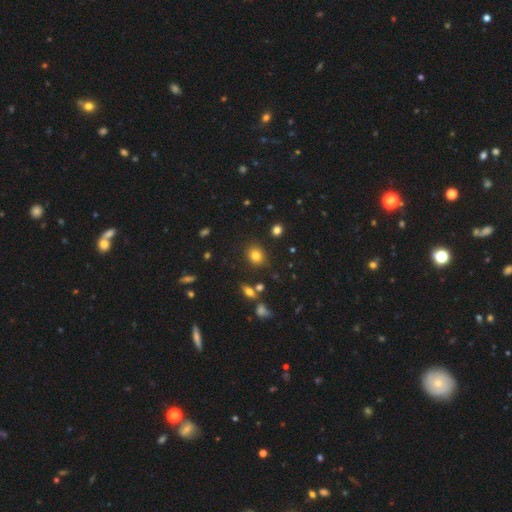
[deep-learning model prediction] A smooth galaxy with no disk features (79%) that is round (59%).

Vote fractions:
- Smooth or featured? smooth: 79% / star or artifact: 13% / featured or disk: 8%
- How rounded? round: 59% / in between: 39% / cigar-shaped: 1%
- Merging? none: 83% / minor disturbance: 10% / merger: 3% / major disturbance: 3%